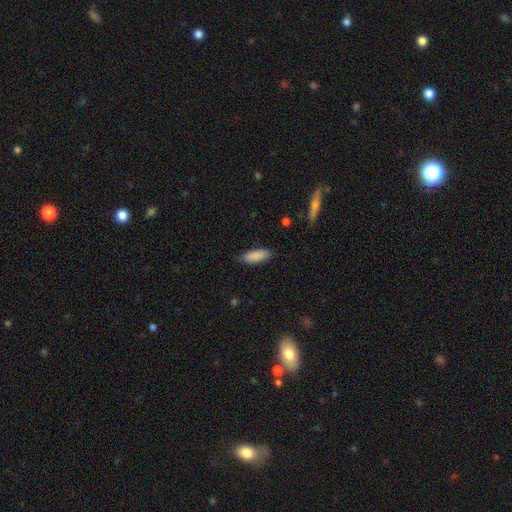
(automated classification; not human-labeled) smooth 89%, star or artifact 6%, featured or disk 5%. Down the decision tree: how rounded — in between (67%); merging — none (84%).